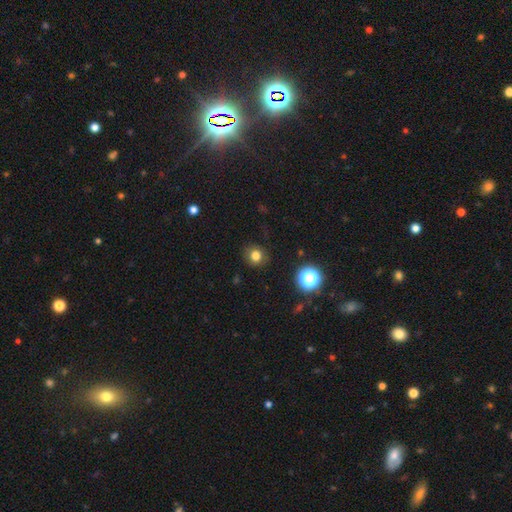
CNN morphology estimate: Smooth or featured: smooth — 78% (star or artifact — 15%)
How rounded: round — 85% (in between — 14%)
Merging: none — 87% (minor disturbance — 9%)